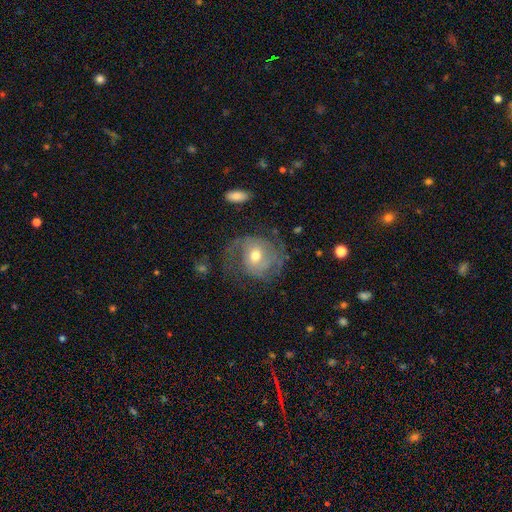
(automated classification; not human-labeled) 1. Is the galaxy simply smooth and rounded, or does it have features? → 73% featured or disk, 20% smooth, 7% star or artifact.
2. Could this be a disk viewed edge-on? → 97% no, 3% yes.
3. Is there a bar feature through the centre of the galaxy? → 58% no, 35% weak, 7% strong.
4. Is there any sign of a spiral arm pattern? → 89% yes, 11% no.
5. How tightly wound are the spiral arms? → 42% medium, 36% tight, 23% loose.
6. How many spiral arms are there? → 58% 2, 20% can't tell, 9% 1, 7% 3, 3% 4, 3% more than 4.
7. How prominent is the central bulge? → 70% moderate, 21% small, 7% large, 1% none, 1% dominant.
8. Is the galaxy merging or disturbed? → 56% none, 22% major disturbance, 20% minor disturbance, 2% merger.